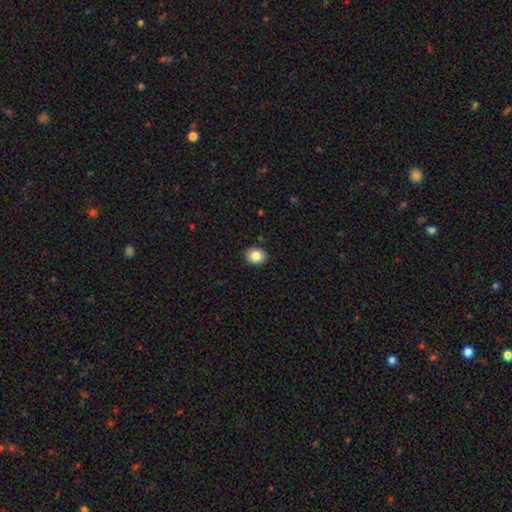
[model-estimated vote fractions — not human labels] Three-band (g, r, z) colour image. It shows a smooth galaxy with no disk features (84%) that is round (55%). Merging: none (90%).